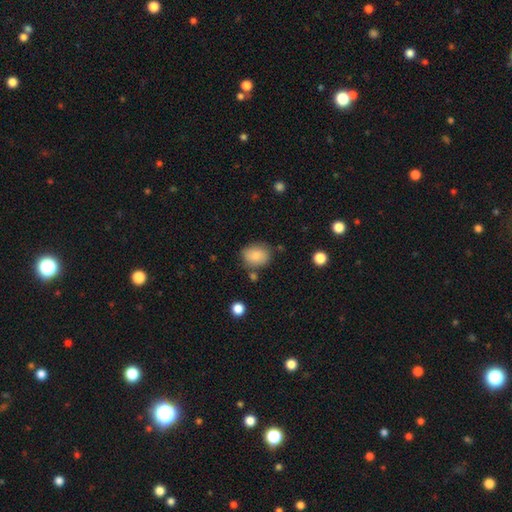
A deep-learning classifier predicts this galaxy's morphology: smooth 83%, featured or disk 9%, star or artifact 8%. Down the decision tree: how rounded — in between (51%); merging — none (72%).